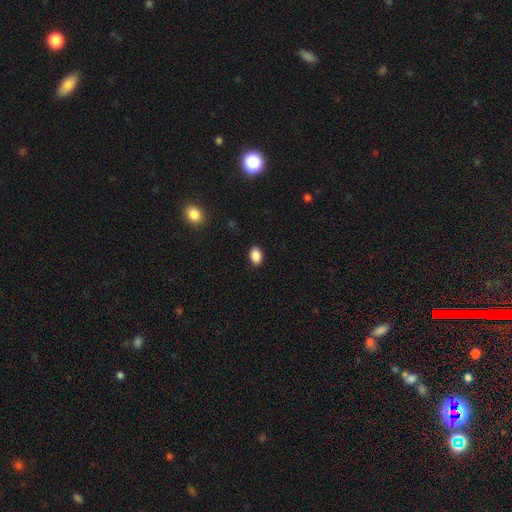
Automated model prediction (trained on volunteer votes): smooth 88%, star or artifact 9%, featured or disk 3%. Down the decision tree: how rounded — in between (85%); merging — none (89%).